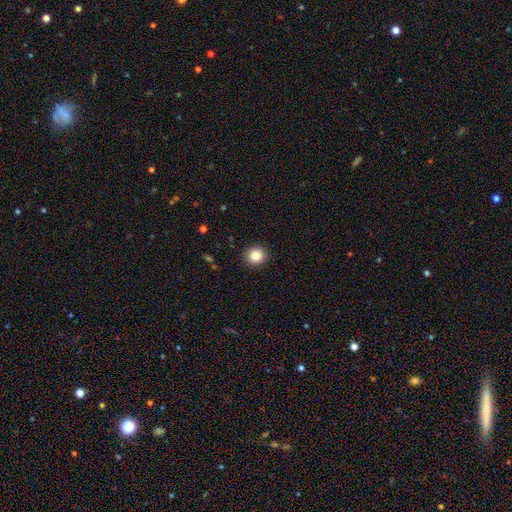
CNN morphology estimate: A smooth galaxy with no disk features (86%) that is round (88%).

Vote fractions:
- Smooth or featured? smooth: 86% / star or artifact: 10% / featured or disk: 4%
- How rounded? round: 88% / in between: 11% / cigar-shaped: 1%
- Merging? none: 91% / minor disturbance: 6% / major disturbance: 2% / merger: 1%